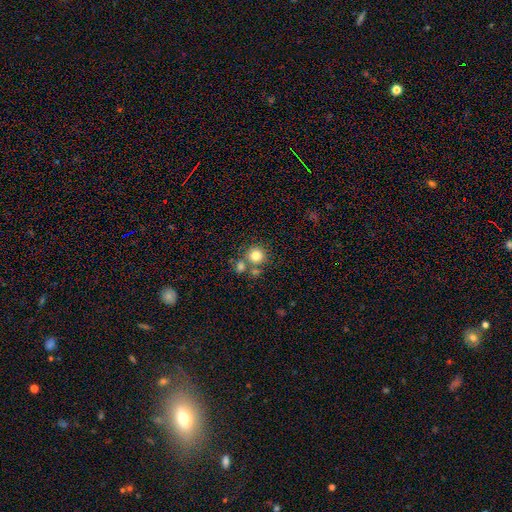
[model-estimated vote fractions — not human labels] smooth 81%, star or artifact 11%, featured or disk 8%. Down the decision tree: how rounded — round (92%); merging — none (64%).